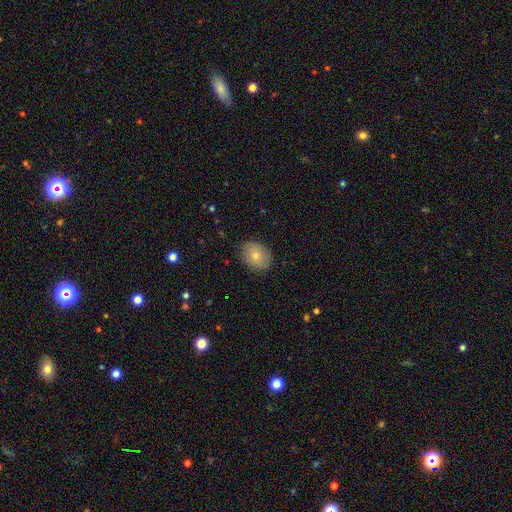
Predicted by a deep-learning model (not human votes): smooth_or_featured: smooth (p=0.71) [alt: featured or disk p=0.19]
how_rounded: in between (p=0.58) [alt: round p=0.40]
merging: none (p=0.86) [alt: minor disturbance p=0.11]